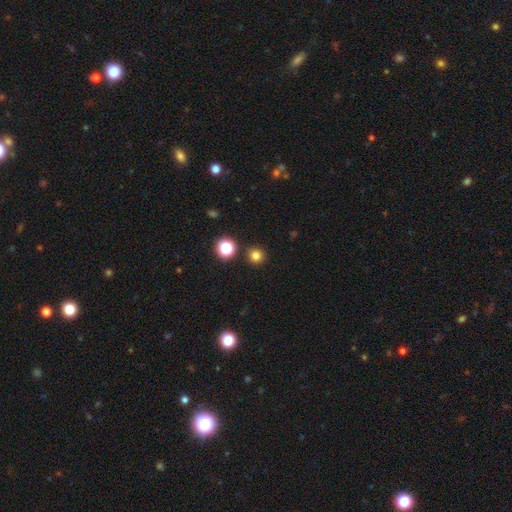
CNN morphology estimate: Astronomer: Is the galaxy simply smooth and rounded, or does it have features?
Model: smooth — 79%.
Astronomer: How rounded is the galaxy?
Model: round — 93%.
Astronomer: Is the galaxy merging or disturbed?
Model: none — 89%.